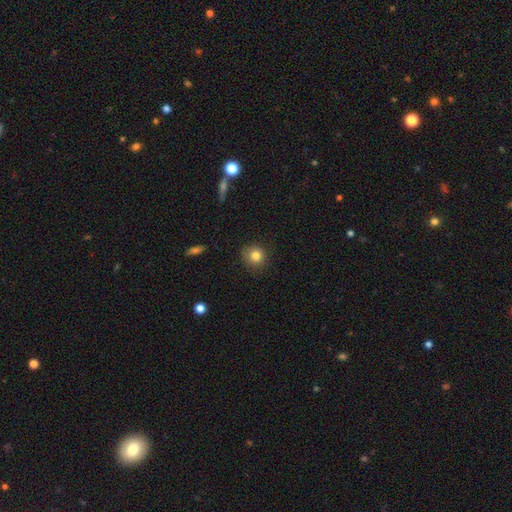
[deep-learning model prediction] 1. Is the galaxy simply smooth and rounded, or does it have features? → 81% smooth, 11% star or artifact, 7% featured or disk.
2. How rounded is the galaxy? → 91% round, 8% in between, 1% cigar-shaped.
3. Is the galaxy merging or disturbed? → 86% none, 10% minor disturbance, 2% major disturbance, 1% merger.